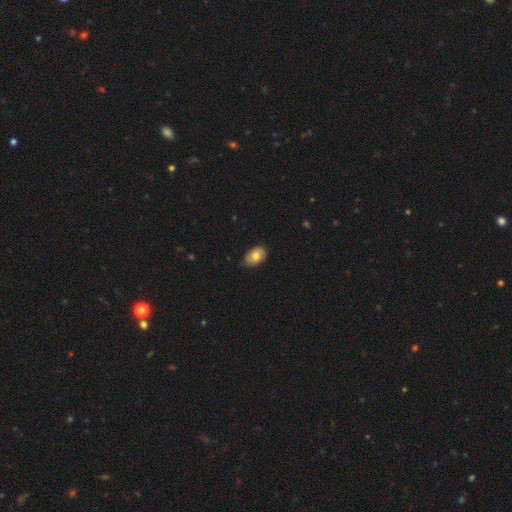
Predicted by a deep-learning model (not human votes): Smooth or featured? smooth (77%)
How rounded? in between (87%)
Merging? none (69%)